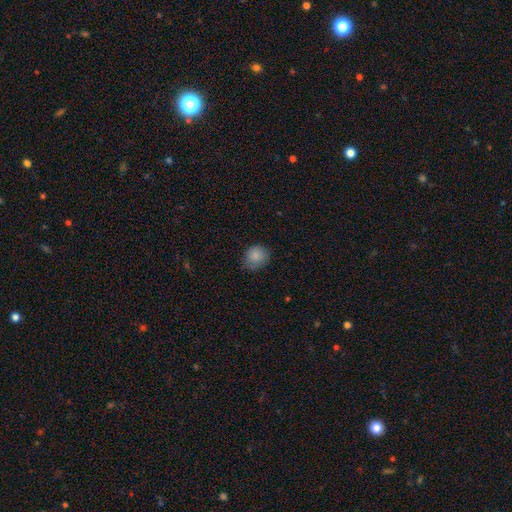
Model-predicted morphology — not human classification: A smooth galaxy with no disk features (85%) that is round (76%). Merging: none (71%).